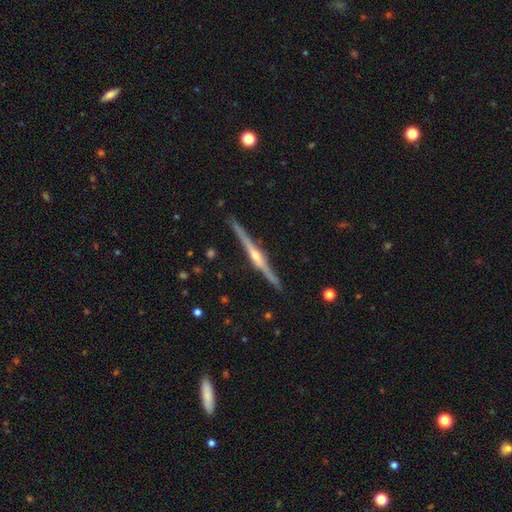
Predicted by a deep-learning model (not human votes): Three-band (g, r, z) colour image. It shows a featured or disk galaxy (85%) viewed edge-on (98%) with a rounded central bulge (87%). Merging: none (91%).